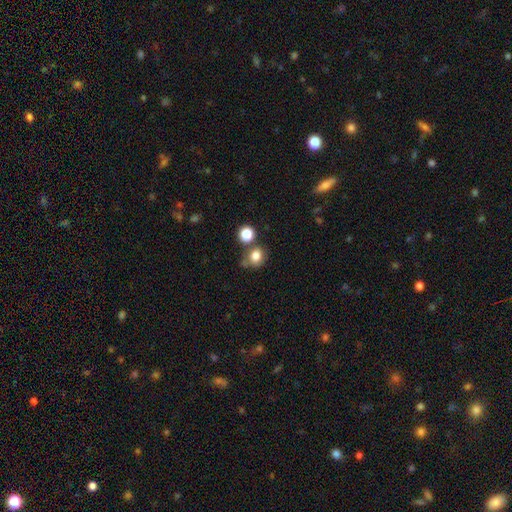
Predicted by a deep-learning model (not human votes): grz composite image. It shows a smooth galaxy with no disk features (80%) that is round (71%). Merging: none (58%).